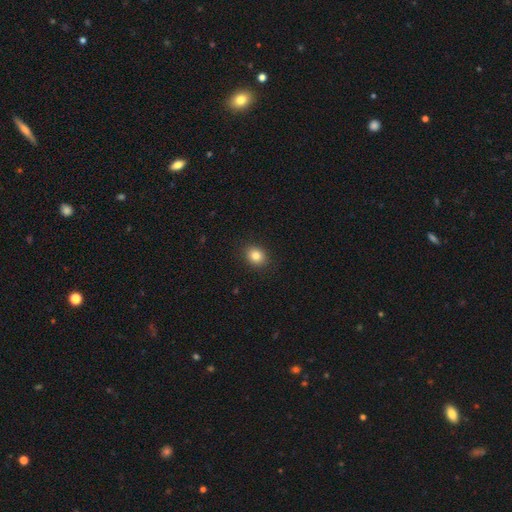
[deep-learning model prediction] This is clearly a smooth galaxy (83%). How rounded: possibly round (56%). Merging: clearly none (90%).